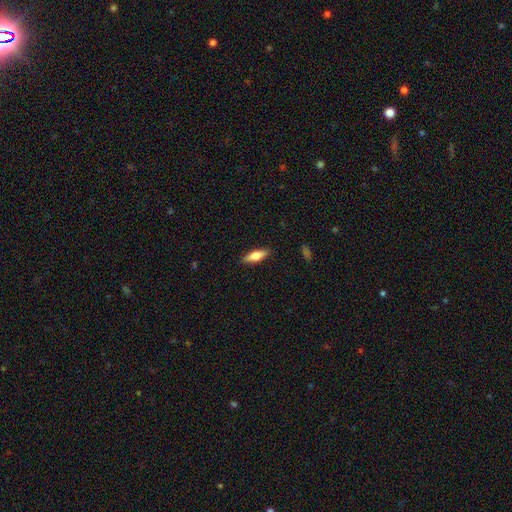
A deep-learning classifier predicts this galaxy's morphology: Smooth or featured? Predicted: smooth (p=0.66). How rounded? Predicted: in between (p=0.50). Merging? Predicted: none (p=0.89).